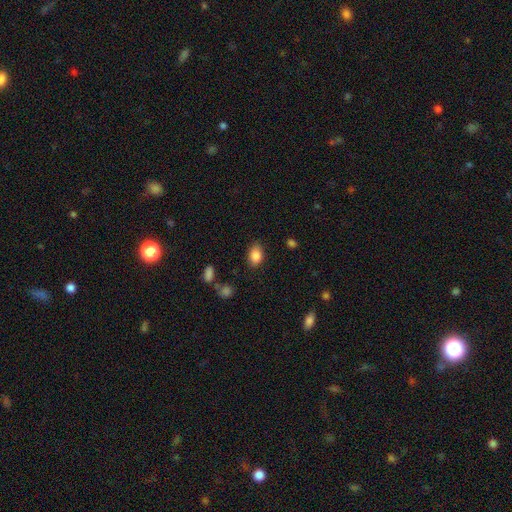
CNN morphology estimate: smooth_or_featured: smooth (p=0.85) [alt: star or artifact p=0.08]
how_rounded: in between (p=0.83) [alt: round p=0.16]
merging: none (p=0.81) [alt: minor disturbance p=0.14]